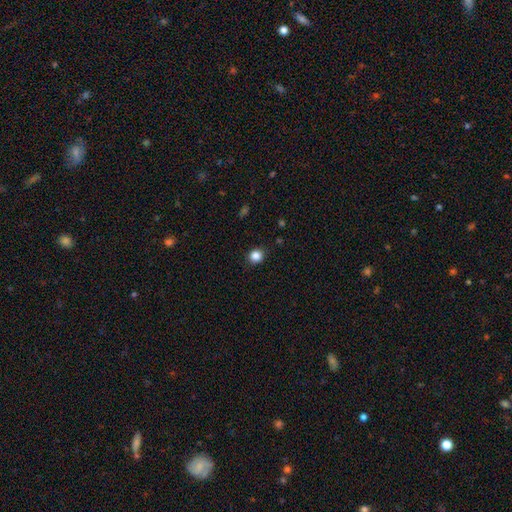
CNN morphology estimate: This is clearly a smooth galaxy (85%). How rounded: clearly round (83%). Merging: clearly none (89%).